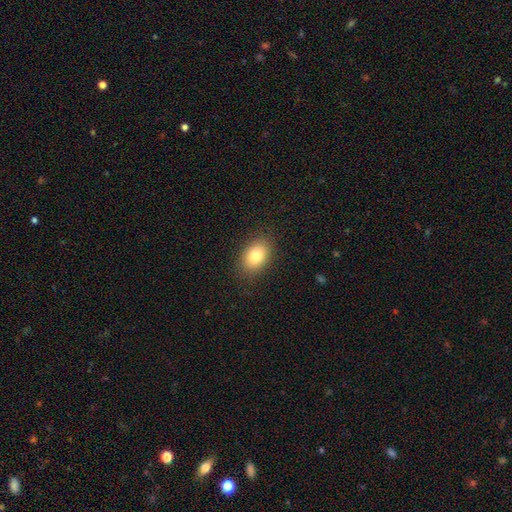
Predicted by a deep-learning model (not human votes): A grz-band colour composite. It shows a smooth galaxy with no disk features (82%) that is in between round and cigar-shaped (82%). Merging: none (86%).